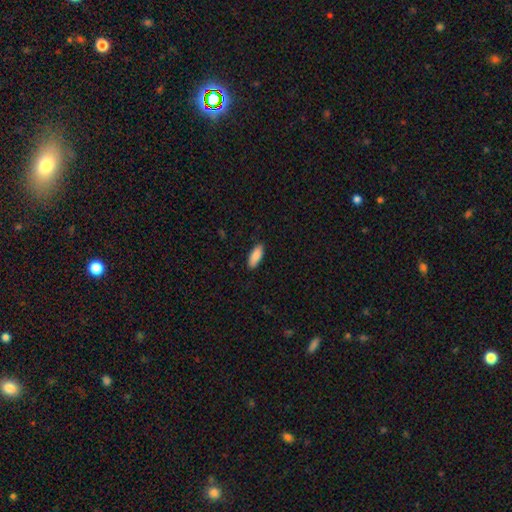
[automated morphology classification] This appears to be a smooth galaxy with no disk features (87%) that is in between round and cigar-shaped (80%). Merging: none (87%).